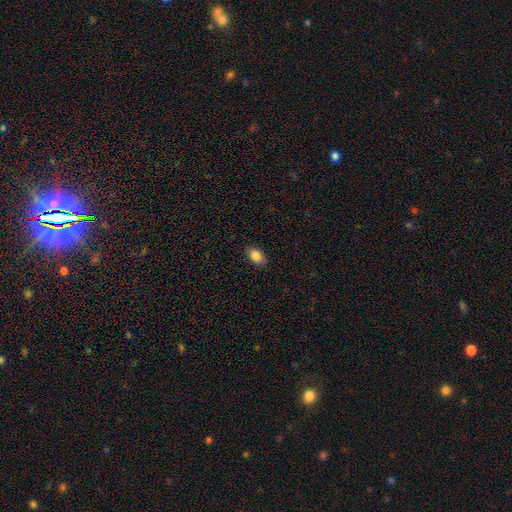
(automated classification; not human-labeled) This is clearly a smooth galaxy (87%). How rounded: clearly in between (92%). Merging: clearly none (87%).